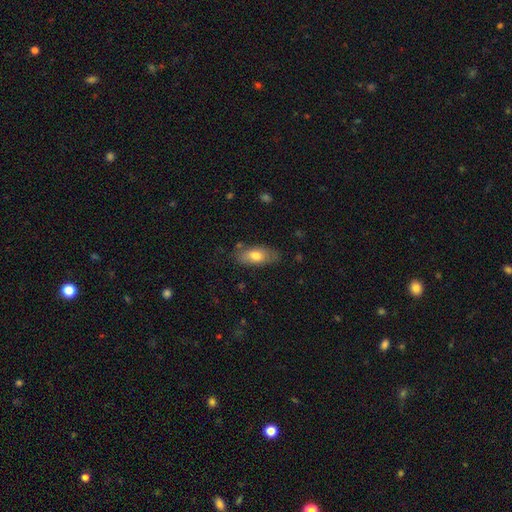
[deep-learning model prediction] smooth 71%, featured or disk 22%, star or artifact 7%. Down the decision tree: how rounded — in between (87%); merging — none (75%).